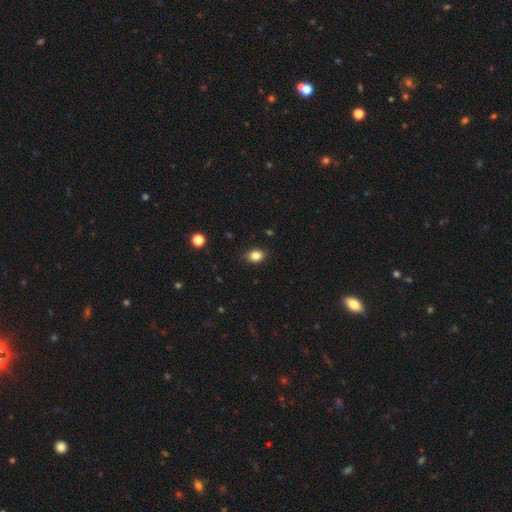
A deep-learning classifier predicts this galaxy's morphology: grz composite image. It shows a smooth galaxy with no disk features (85%) that is in between round and cigar-shaped (72%). Merging: none (85%).